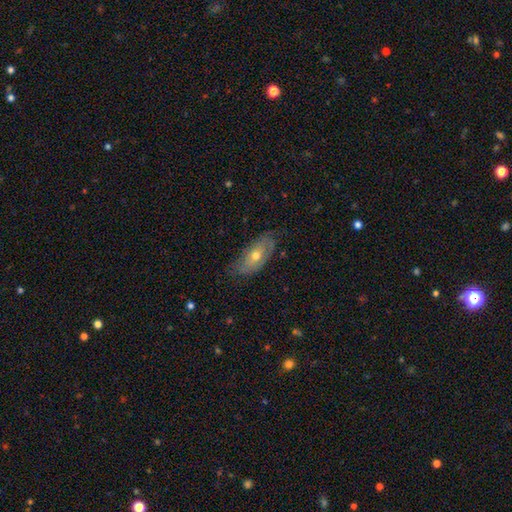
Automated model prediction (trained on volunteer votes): Morphology: type=featured or disk (50%); edge-on=no (80%); merging=none (68%).